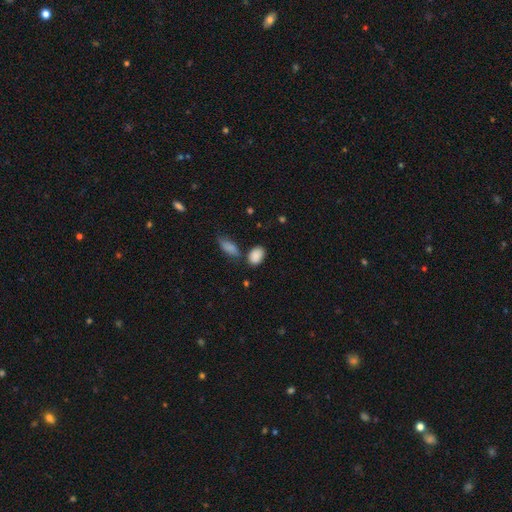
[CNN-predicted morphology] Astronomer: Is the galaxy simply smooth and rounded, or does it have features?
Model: smooth — 88%.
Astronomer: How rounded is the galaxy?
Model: in between — 88%.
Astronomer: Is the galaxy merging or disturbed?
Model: none — 67%.